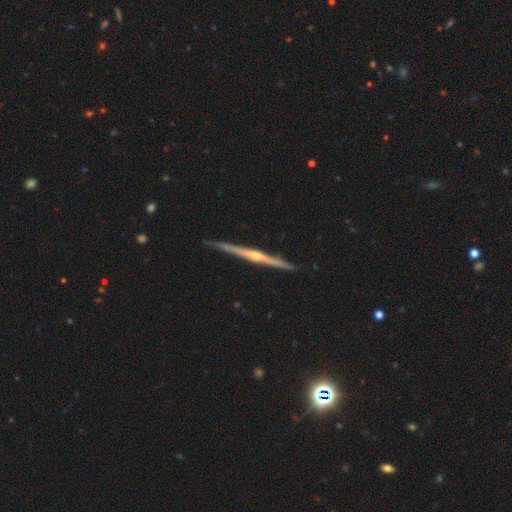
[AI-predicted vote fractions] smooth-or-featured: featured or disk: 85% | smooth: 10% | star or artifact: 5%
  disk-edge-on: yes: 99% | no: 1%
    edge-on-bulge: rounded: 82% | none: 13% | boxy: 5%
  merging: none: 91% | minor disturbance: 7% | major disturbance: 1% | merger: 1%